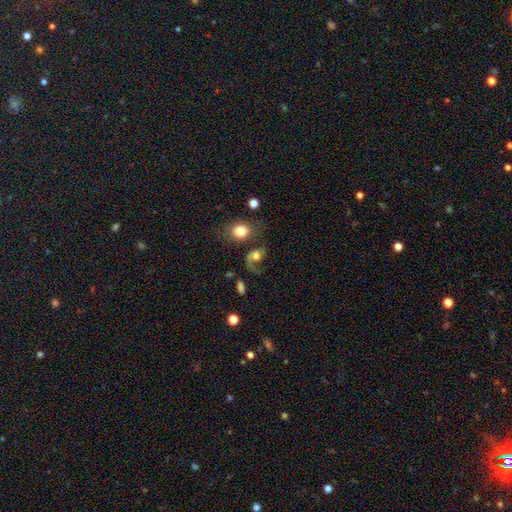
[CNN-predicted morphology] This appears to be a featured or disk galaxy (54%) with no bar (70%), spiral arms (84%) and a moderate central bulge (49%). Merging: none (37%).